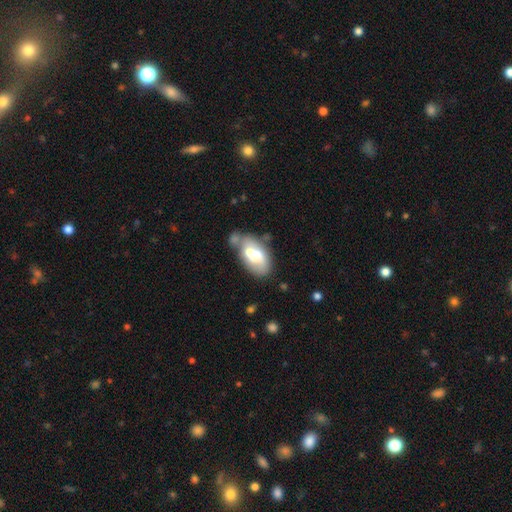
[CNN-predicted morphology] This is possibly a smooth galaxy (54%). How rounded: clearly in between (90%). Merging: marginally merger (43%).